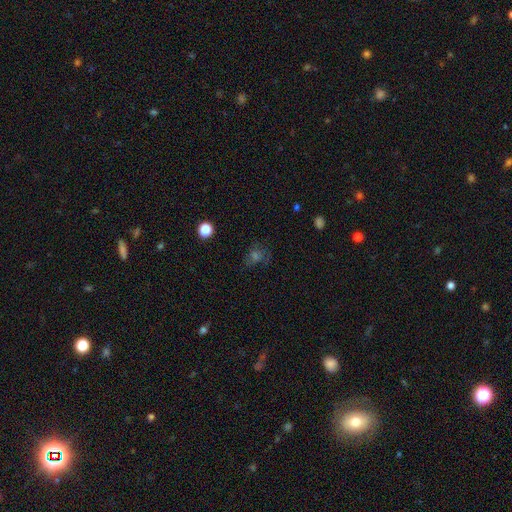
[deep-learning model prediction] This appears to be a smooth galaxy with no disk features (41%). Merging: none (63%).